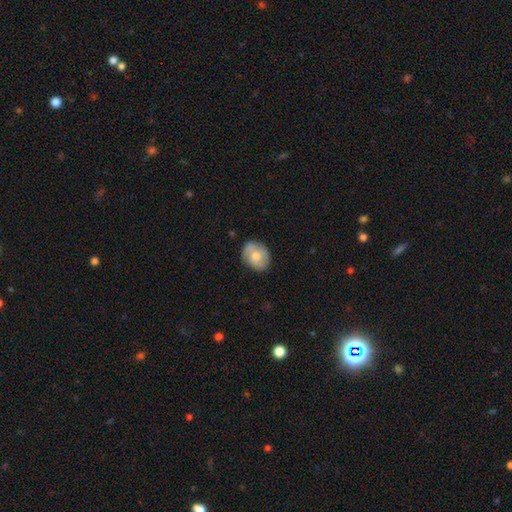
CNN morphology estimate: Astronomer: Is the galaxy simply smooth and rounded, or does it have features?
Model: smooth — 58% (runner-up: featured or disk, 35%).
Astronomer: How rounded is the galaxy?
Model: round — 50% (runner-up: in between, 49%).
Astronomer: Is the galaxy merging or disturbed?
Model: none — 73%.